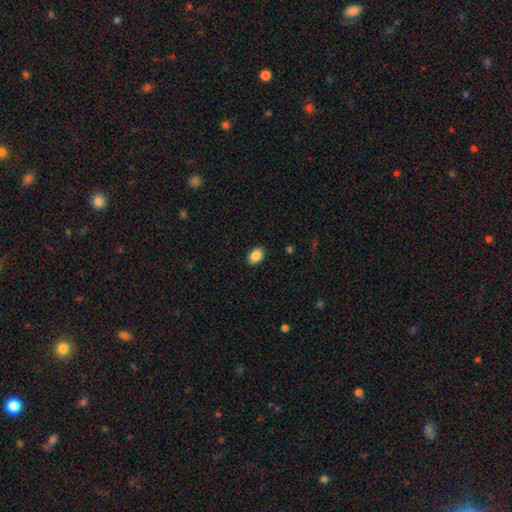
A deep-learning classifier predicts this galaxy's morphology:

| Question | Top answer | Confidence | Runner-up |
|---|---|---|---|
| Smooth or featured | smooth | 87% | star or artifact (8%) |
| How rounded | in between | 82% | round (17%) |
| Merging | none | 90% | minor disturbance (8%) |